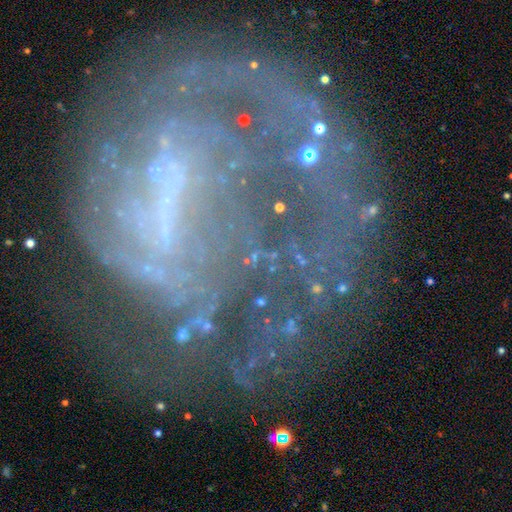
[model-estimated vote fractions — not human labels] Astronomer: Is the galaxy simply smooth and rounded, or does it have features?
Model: featured or disk — 51% (runner-up: star or artifact, 33%).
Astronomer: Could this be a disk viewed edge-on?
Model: no — 92%.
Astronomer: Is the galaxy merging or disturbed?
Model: none — 60%.